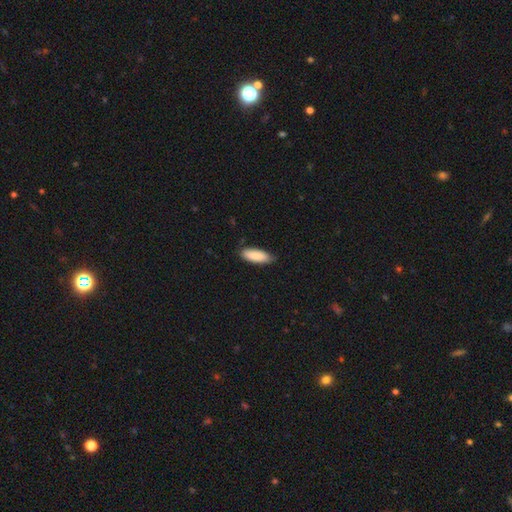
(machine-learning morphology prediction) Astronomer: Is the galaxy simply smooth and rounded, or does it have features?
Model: smooth — 86%.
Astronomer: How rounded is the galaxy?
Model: in between — 71%.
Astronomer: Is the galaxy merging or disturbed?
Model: none — 78%.